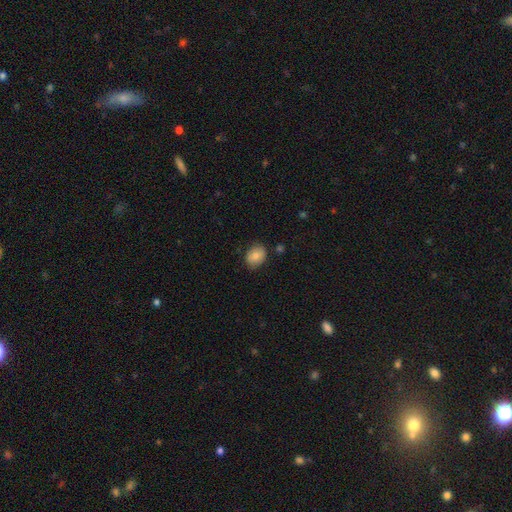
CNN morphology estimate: A smooth galaxy with no disk features (81%) that is in between round and cigar-shaped (63%).

Vote fractions:
- Smooth or featured? smooth: 81% / featured or disk: 11% / star or artifact: 8%
- How rounded? in between: 63% / round: 36% / cigar-shaped: 1%
- Merging? none: 81% / minor disturbance: 14% / major disturbance: 3% / merger: 2%